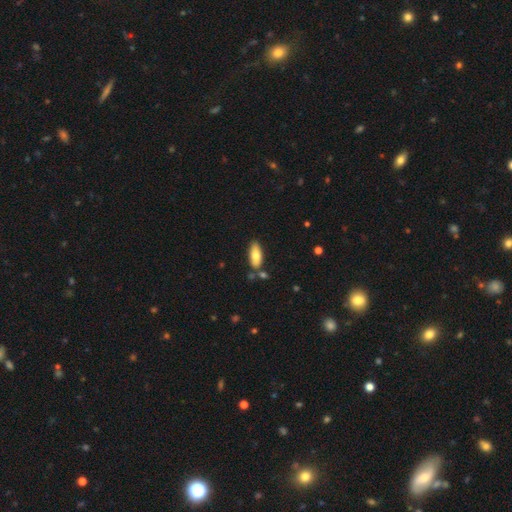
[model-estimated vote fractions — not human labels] Smooth or featured: smooth — 78% (featured or disk — 15%)
How rounded: in between — 82% (cigar-shaped — 16%)
Merging: none — 73% (minor disturbance — 15%)